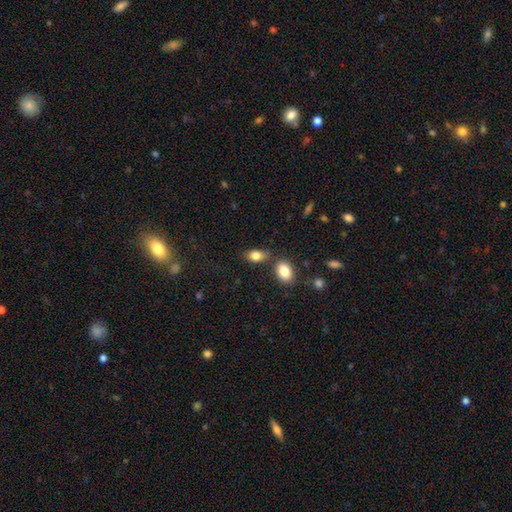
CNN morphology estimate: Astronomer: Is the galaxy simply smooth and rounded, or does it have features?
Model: smooth — 84%.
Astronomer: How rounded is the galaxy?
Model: in between — 85%.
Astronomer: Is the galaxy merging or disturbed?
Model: none — 62%.